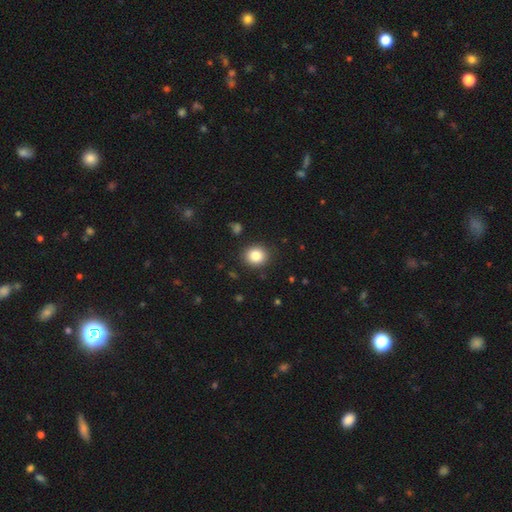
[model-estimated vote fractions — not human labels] A smooth galaxy with no disk features (84%) that is round (79%).

Vote fractions:
- Smooth or featured? smooth: 84% / star or artifact: 10% / featured or disk: 6%
- How rounded? round: 79% / in between: 20% / cigar-shaped: 1%
- Merging? none: 89% / minor disturbance: 7% / major disturbance: 2% / merger: 1%